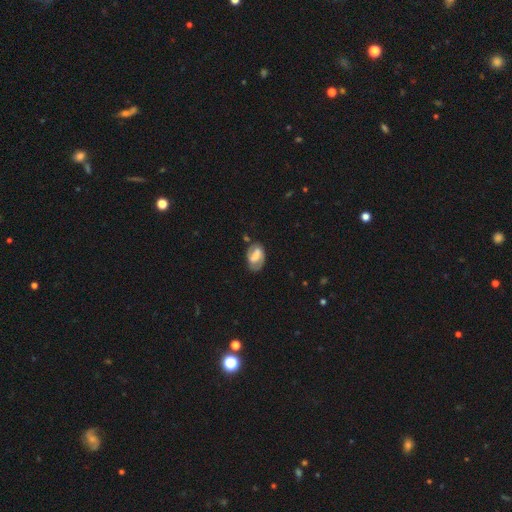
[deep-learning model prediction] The model was most divided on "bar": weak: 42%, strong: 40%, no: 18%. Remaining: edge-on disk — no (96%); spiral arms — yes (78%); merging — none (70%); smooth or featured — featured or disk (63%); bulge size — moderate (40%).